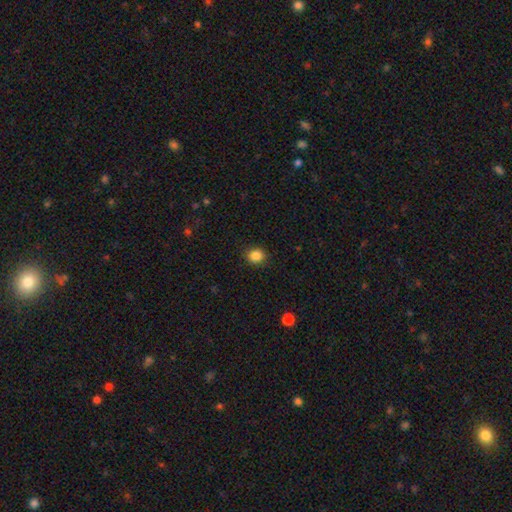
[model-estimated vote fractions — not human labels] Overall: smooth (86%). How rounded: round (80%). Merging: none (89%).